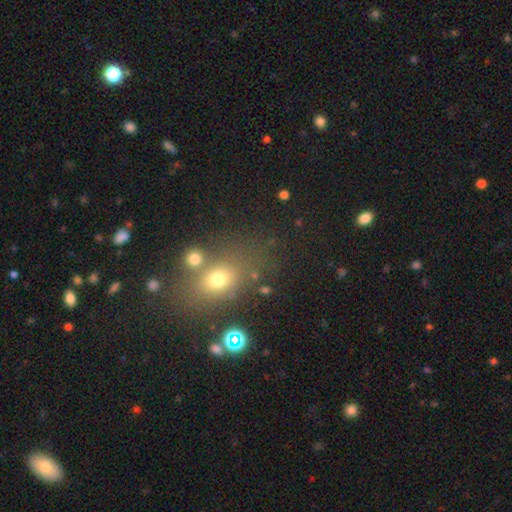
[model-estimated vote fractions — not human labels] A smooth galaxy with no disk features (58%) that is in between round and cigar-shaped (57%). Merging: none (73%).